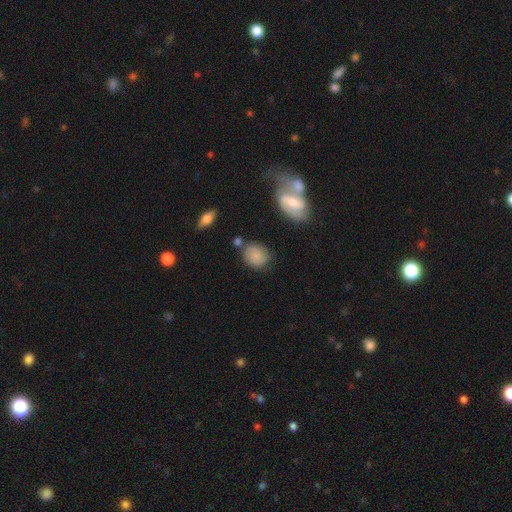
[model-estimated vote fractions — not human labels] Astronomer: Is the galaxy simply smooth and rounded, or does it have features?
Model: smooth — 71%.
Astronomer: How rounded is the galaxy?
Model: round — 62%.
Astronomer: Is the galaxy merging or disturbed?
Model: none — 66%.